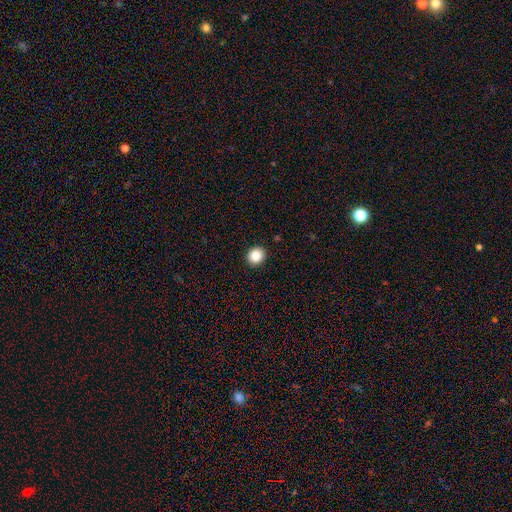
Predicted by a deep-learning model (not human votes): Smooth or featured? Predicted: smooth (p=0.87). How rounded? Predicted: round (p=0.84). Merging? Predicted: none (p=0.92).